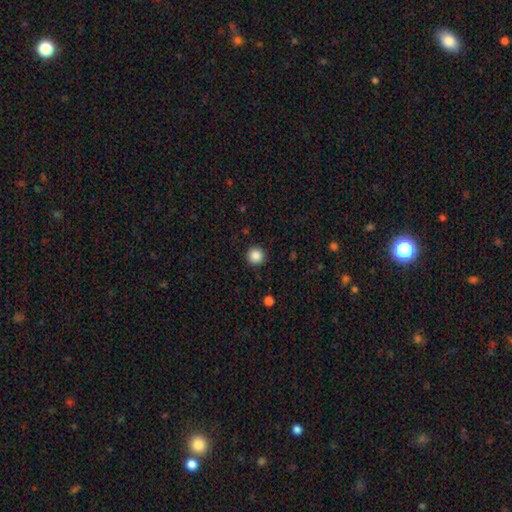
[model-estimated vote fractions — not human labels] Smooth or featured? Predicted: smooth (p=0.87). How rounded? Predicted: round (p=0.95). Merging? Predicted: none (p=0.92).